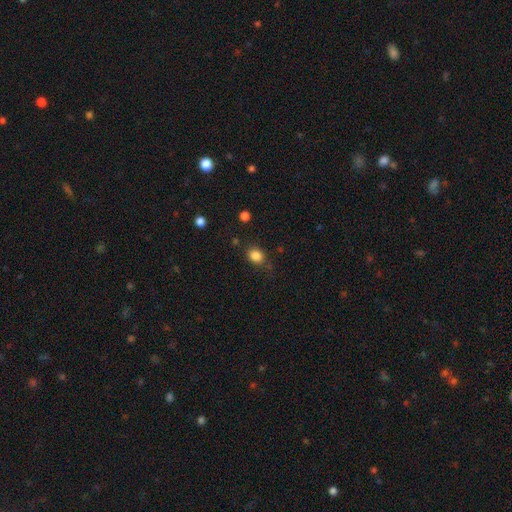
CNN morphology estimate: This appears to be a smooth galaxy with no disk features (85%) that is round (56%). Merging: none (77%).